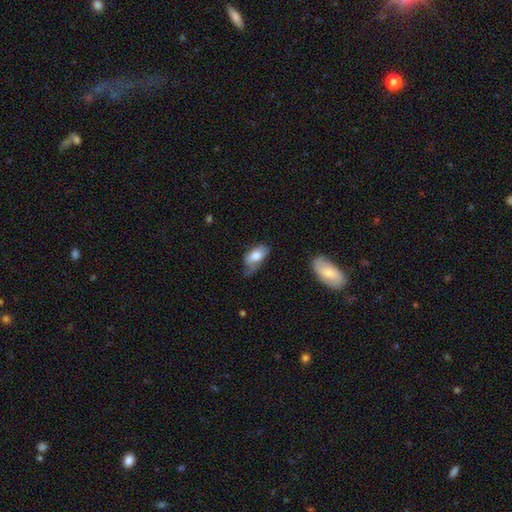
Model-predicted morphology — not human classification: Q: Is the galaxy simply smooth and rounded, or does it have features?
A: smooth — 69%.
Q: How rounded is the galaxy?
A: in between — 92%.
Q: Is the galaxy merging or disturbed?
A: minor disturbance — 38%.